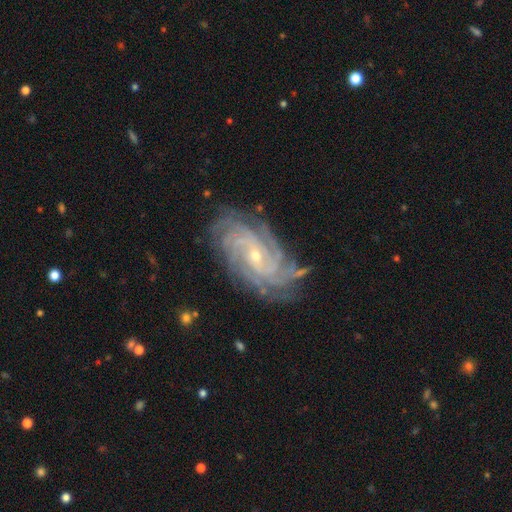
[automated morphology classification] Smooth or featured: featured or disk — 92% (star or artifact — 5%)
Edge-on disk: no — 97% (yes — 3%)
Bar: no — 52% (weak — 35%)
Spiral arms: yes — 99% (no — 1%)
Spiral winding: tight — 76% (medium — 21%)
Spiral arm count: 4 — 30% (more than 4 — 26%)
Bulge size: small — 74% (moderate — 23%)
Merging: none — 79% (minor disturbance — 15%)